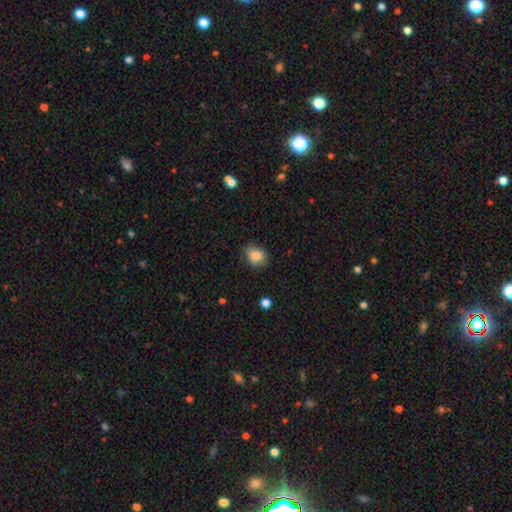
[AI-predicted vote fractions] Smooth or featured: smooth — 85% (star or artifact — 9%)
How rounded: round — 57% (in between — 42%)
Merging: none — 72% (minor disturbance — 22%)